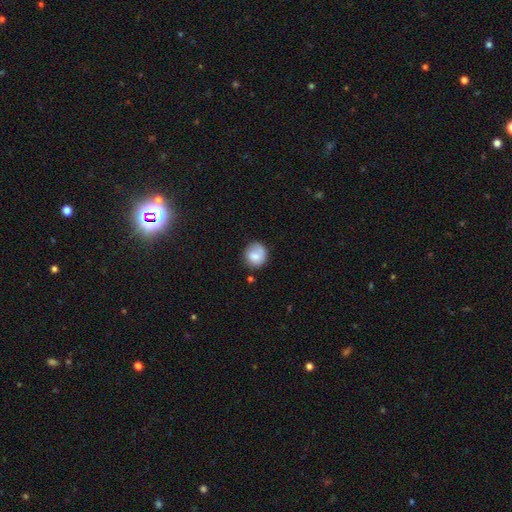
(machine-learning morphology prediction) Smooth or featured? smooth (79%)
How rounded? round (82%)
Merging? none (65%)